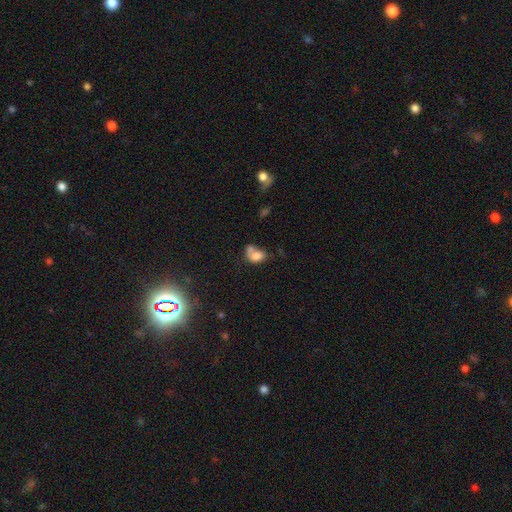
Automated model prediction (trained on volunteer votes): A smooth galaxy with no disk features (73%) that is in between round and cigar-shaped (73%). Merging: merger (45%).